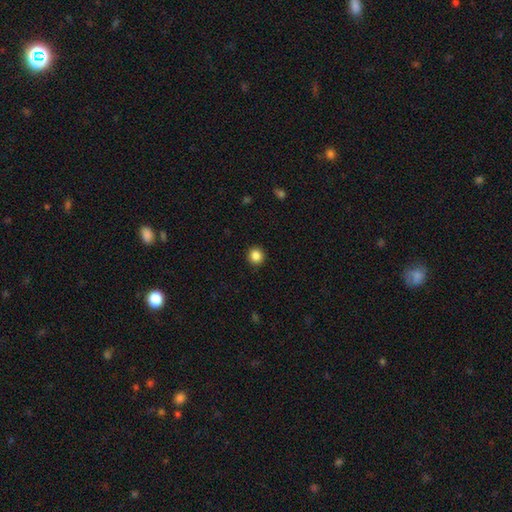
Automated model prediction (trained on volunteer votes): The model was most divided on "smooth or featured": smooth: 86%, star or artifact: 10%, featured or disk: 4%. More confident: how rounded — round (93%); merging — none (92%).